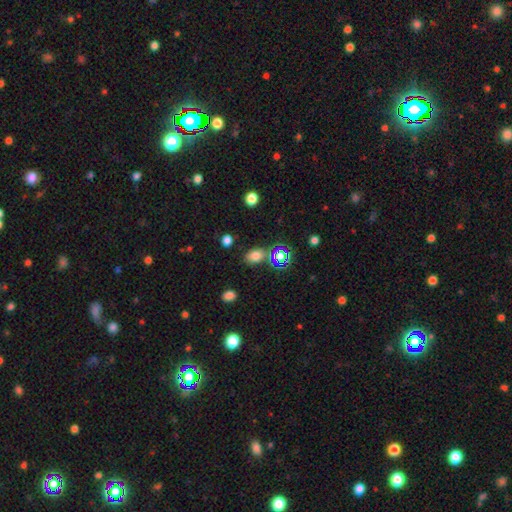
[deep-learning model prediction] This is likely a smooth galaxy (73%). How rounded: likely in between (77%). Merging: likely none (72%).